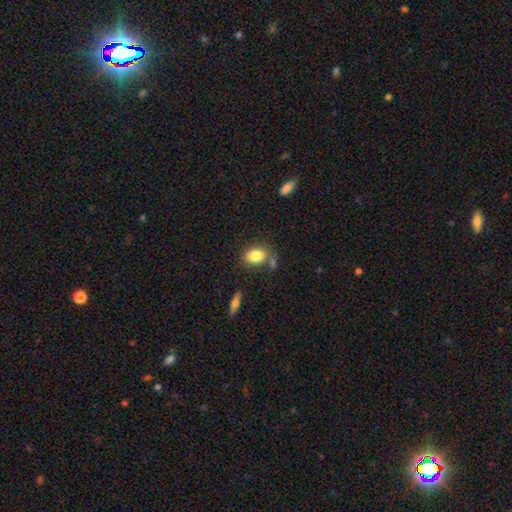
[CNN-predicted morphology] type=smooth (83%); roundness=in between (78%); merging=none (66%).